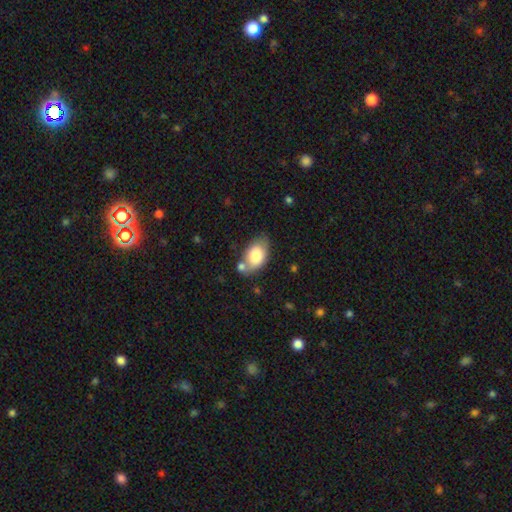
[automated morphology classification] type=smooth (77%); roundness=in between (91%); merging=none (55%).